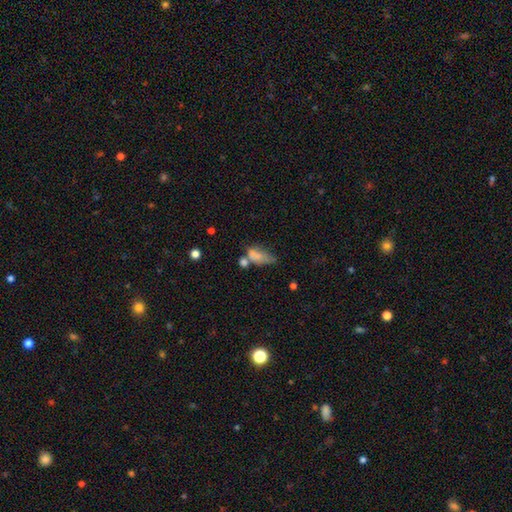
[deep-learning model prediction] Smooth or featured? Predicted: smooth (p=0.70). How rounded? Predicted: in between (p=0.83). Merging? Predicted: merger (p=0.32).